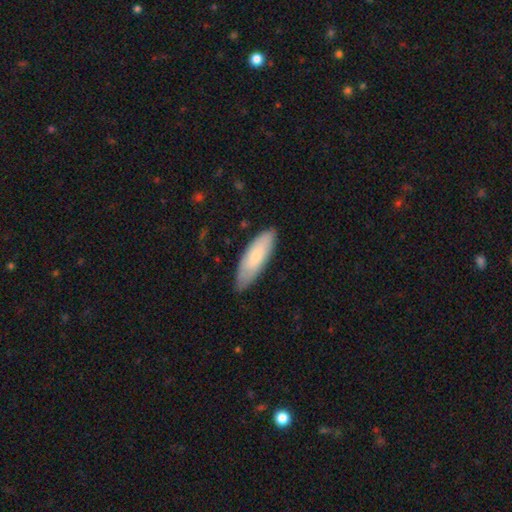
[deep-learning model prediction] A smooth galaxy with no disk features (74%) that is in between round and cigar-shaped (55%).

Vote fractions:
- Smooth or featured? smooth: 74% / featured or disk: 21% / star or artifact: 6%
- How rounded? in between: 55% / cigar-shaped: 43% / round: 2%
- Merging? none: 77% / minor disturbance: 19% / major disturbance: 3% / merger: 1%